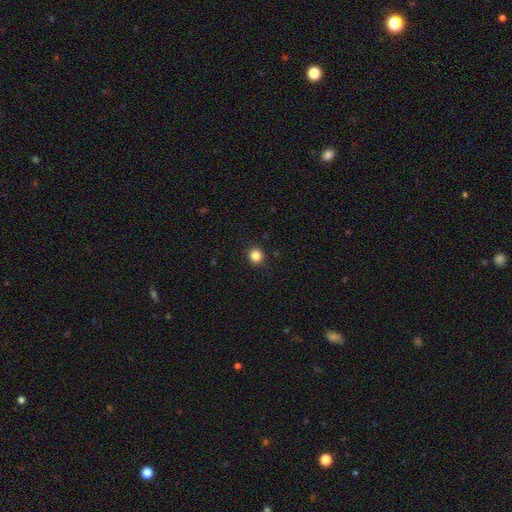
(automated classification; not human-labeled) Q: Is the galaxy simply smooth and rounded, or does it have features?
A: smooth — 84%.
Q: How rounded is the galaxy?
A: round — 92%.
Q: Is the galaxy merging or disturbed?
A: none — 92%.